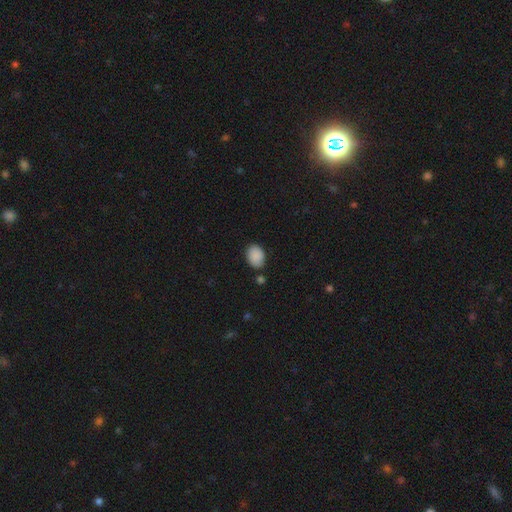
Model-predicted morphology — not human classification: type=smooth (88%); roundness=in between (71%); merging=none (73%).